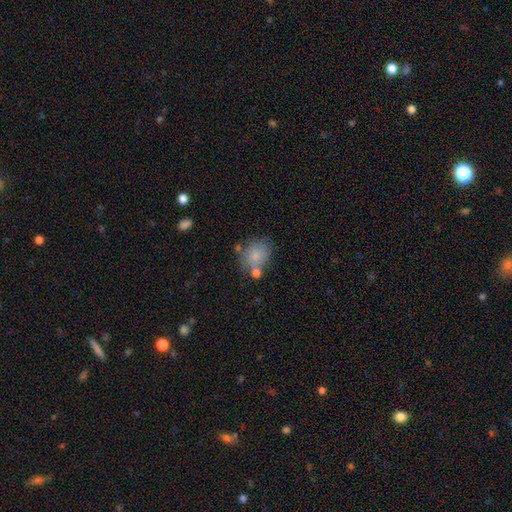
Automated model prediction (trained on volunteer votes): This appears to be a smooth galaxy with no disk features (78%) that is round (57%). Merging: none (54%).